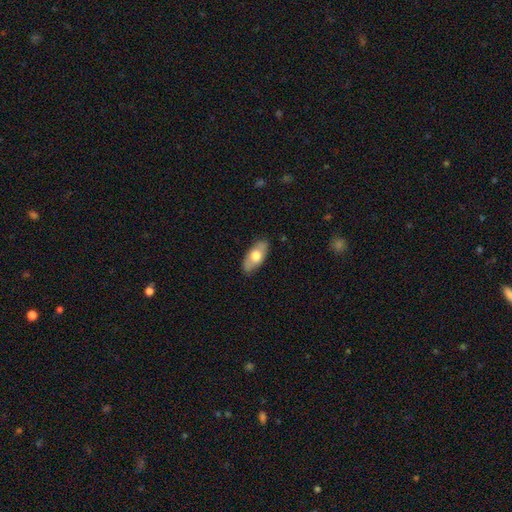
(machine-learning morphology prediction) Smooth or featured?
  - smooth: 60% *
  - featured or disk: 35%
  - star or artifact: 5%
How rounded?
  - in between: 89% *
  - cigar-shaped: 8%
  - round: 3%
Merging?
  - none: 84% *
  - minor disturbance: 12%
  - major disturbance: 2%
  - merger: 1%